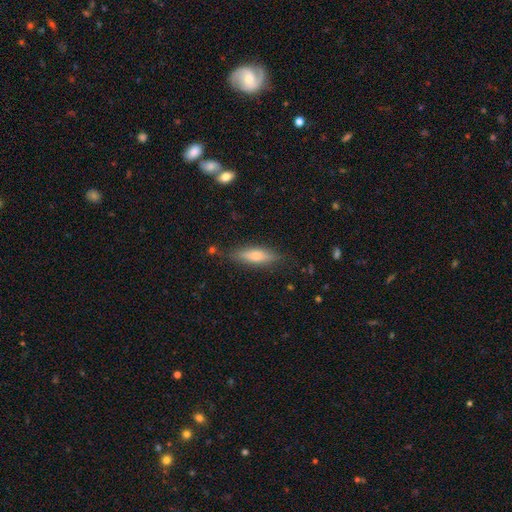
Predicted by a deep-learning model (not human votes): smooth_or_featured: smooth (p=0.64) [alt: featured or disk p=0.29]
how_rounded: cigar-shaped (p=0.62) [alt: in between p=0.36]
merging: none (p=0.81) [alt: minor disturbance p=0.14]